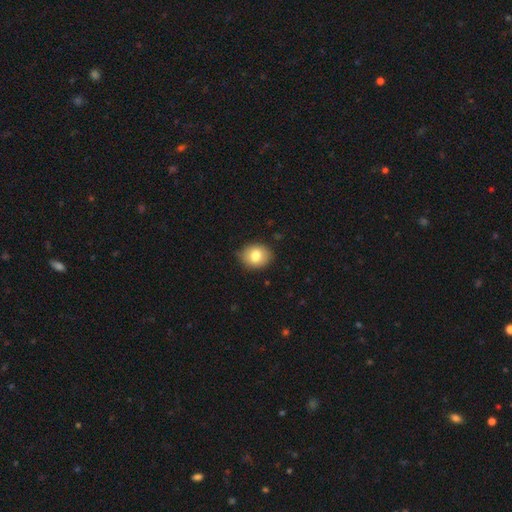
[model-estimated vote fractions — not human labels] Smooth or featured: smooth — 80% (featured or disk — 11%)
How rounded: round — 60% (in between — 39%)
Merging: none — 83% (minor disturbance — 14%)